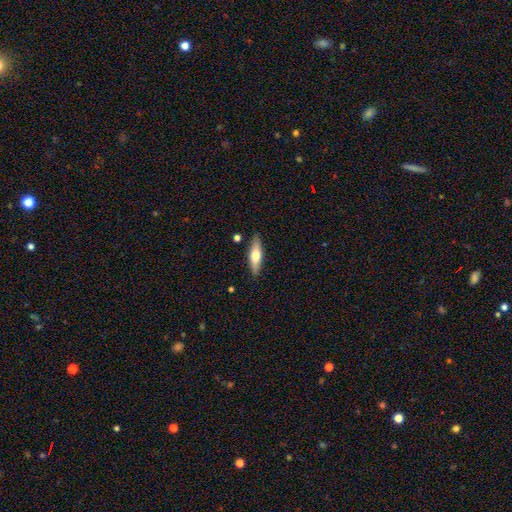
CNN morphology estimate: This appears to be a smooth galaxy with no disk features (53%) that is cigar-shaped (60%). Merging: none (86%).